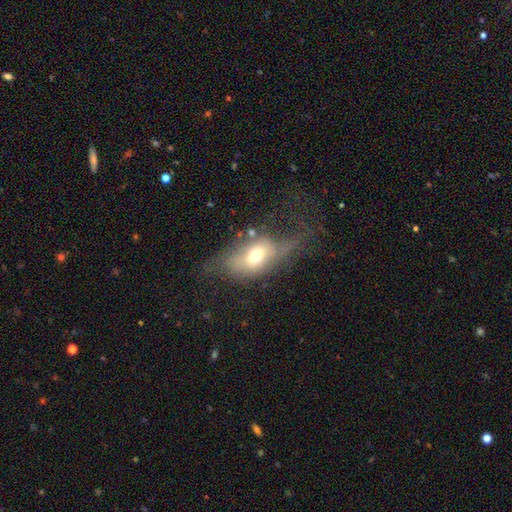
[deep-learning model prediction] Morphology: type=smooth (55%); roundness=in between (82%); merging=major disturbance (38%).